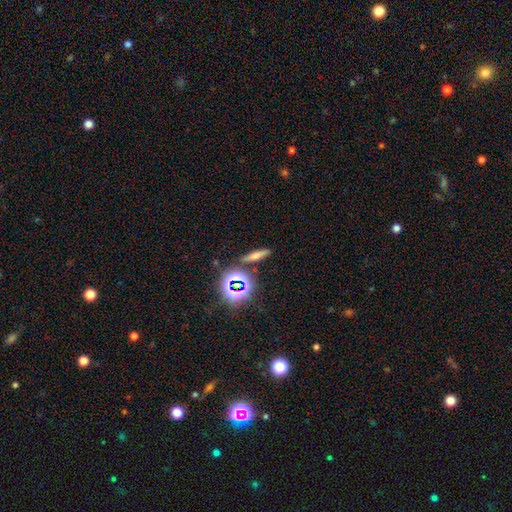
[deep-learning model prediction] smooth_or_featured: smooth (p=0.55) [alt: star or artifact p=0.24]
how_rounded: cigar-shaped (p=0.71) [alt: in between p=0.18]
merging: none (p=0.82) [alt: minor disturbance p=0.09]